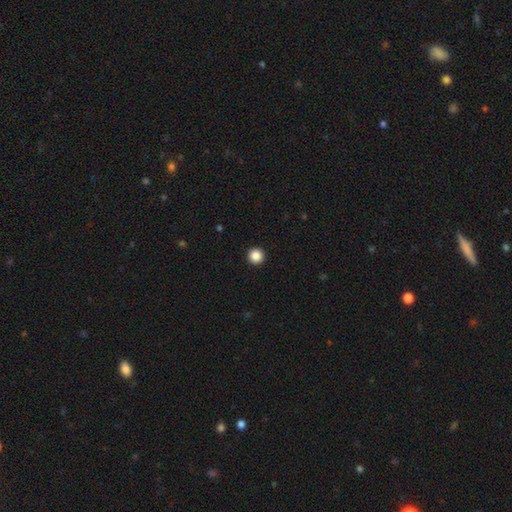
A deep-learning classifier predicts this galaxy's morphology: type=smooth (87%); roundness=round (97%); merging=none (94%).